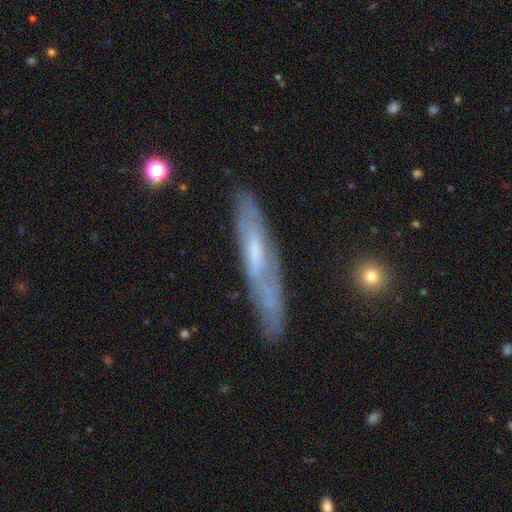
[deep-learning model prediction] Smooth or featured? featured or disk (64%)
Edge-on disk? yes (62%)
Merging? none (74%)